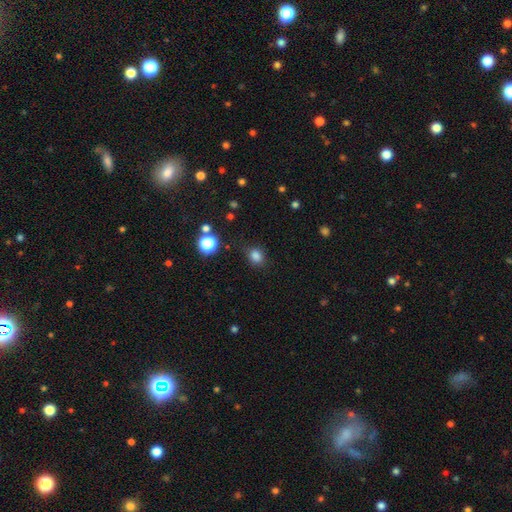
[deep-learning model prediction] Overall: smooth (81%). How rounded: round (61%; in between 38%). Merging: none (78%).